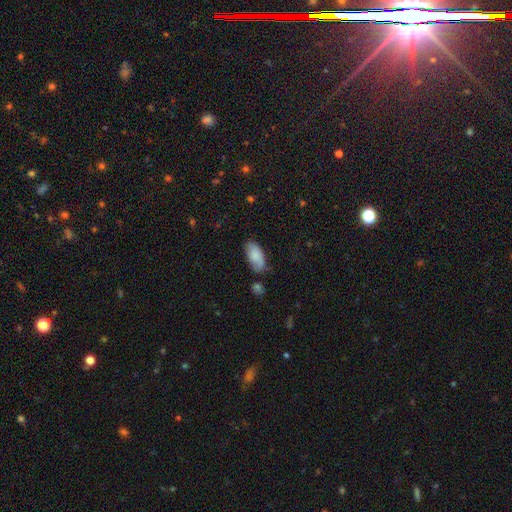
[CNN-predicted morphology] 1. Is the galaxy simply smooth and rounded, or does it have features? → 83% smooth, 10% featured or disk, 7% star or artifact.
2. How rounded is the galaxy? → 93% in between, 5% cigar-shaped, 2% round.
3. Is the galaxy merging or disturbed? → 60% none, 28% minor disturbance, 7% major disturbance, 5% merger.